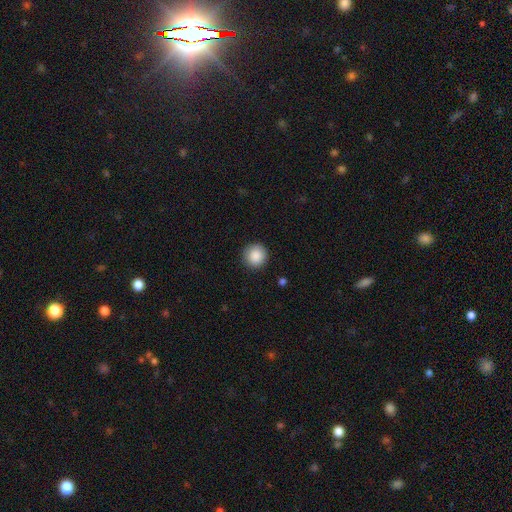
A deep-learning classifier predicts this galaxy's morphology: Smooth or featured?
  - smooth: 88% *
  - star or artifact: 8%
  - featured or disk: 4%
How rounded?
  - round: 95% *
  - in between: 4%
  - cigar-shaped: 1%
Merging?
  - none: 91% *
  - minor disturbance: 6%
  - major disturbance: 2%
  - merger: 1%